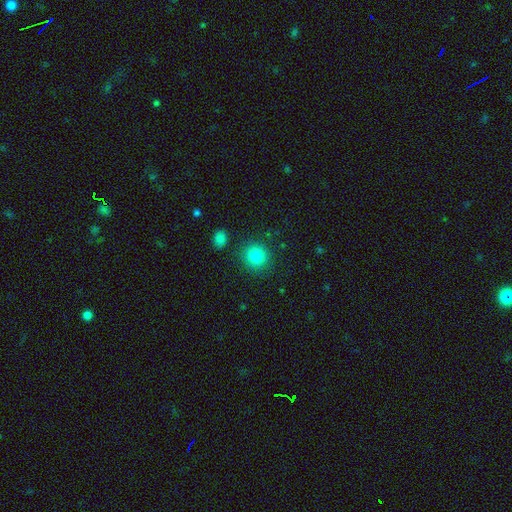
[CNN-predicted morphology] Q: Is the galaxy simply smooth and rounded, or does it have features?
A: smooth — 83%.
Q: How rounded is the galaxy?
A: round — 91%.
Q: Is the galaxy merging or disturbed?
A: none — 88%.